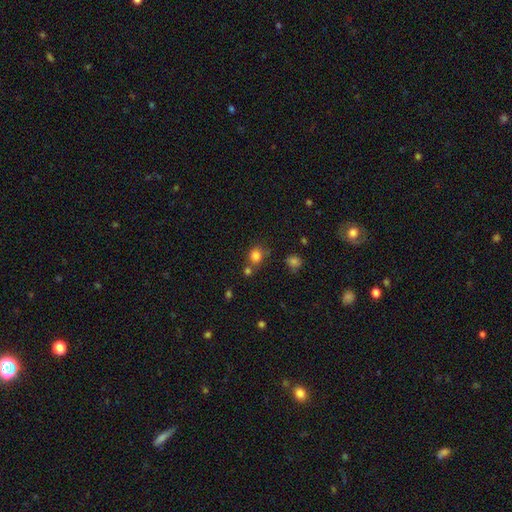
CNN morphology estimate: A smooth galaxy with no disk features (81%) that is round (73%). Merging: none (64%).